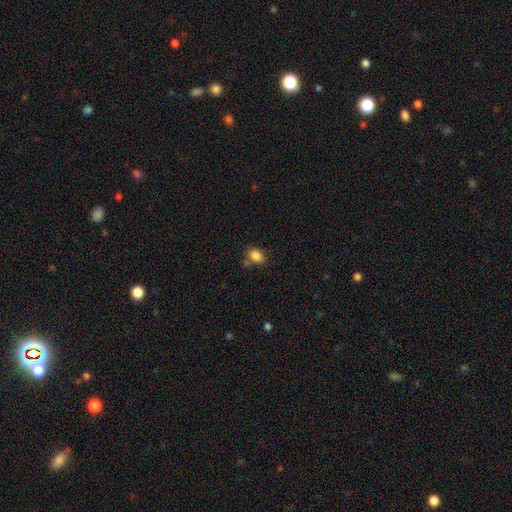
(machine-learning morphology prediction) smooth_or_featured: smooth (p=0.85) [alt: star or artifact p=0.10]
how_rounded: in between (p=0.66) [alt: round p=0.33]
merging: none (p=0.67) [alt: minor disturbance p=0.17]